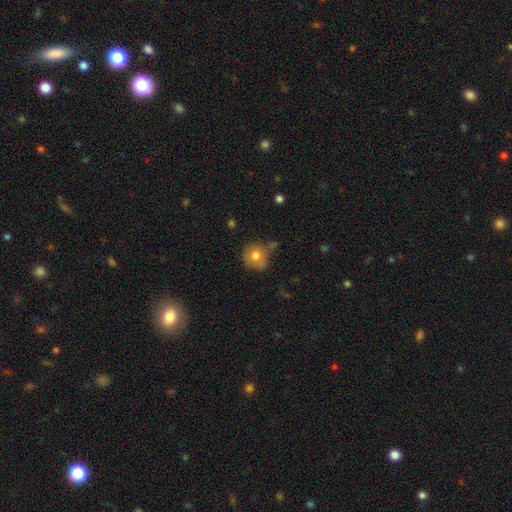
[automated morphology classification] Smooth or featured? smooth (77%)
How rounded? round (88%)
Merging? none (62%)